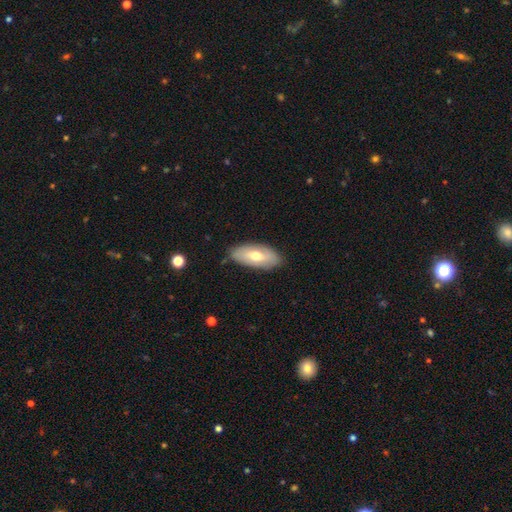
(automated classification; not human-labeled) smooth_or_featured: smooth (p=0.60) [alt: featured or disk p=0.34]
how_rounded: in between (p=0.89) [alt: cigar-shaped p=0.08]
merging: none (p=0.83) [alt: minor disturbance p=0.13]